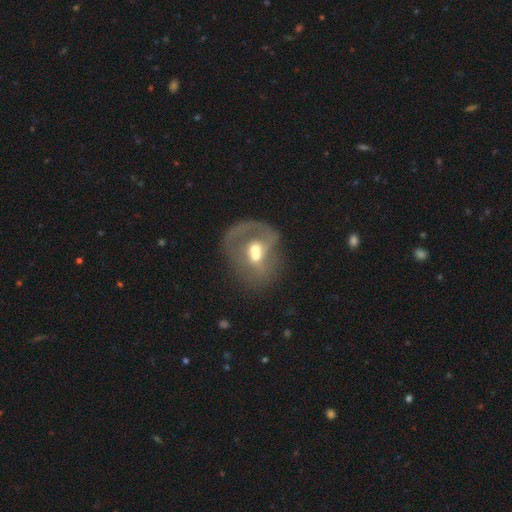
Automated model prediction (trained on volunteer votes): A featured or disk galaxy (57%) with no bar (83%), no spiral arms (71%) and a moderate central bulge (65%). Merging: merger (62%).